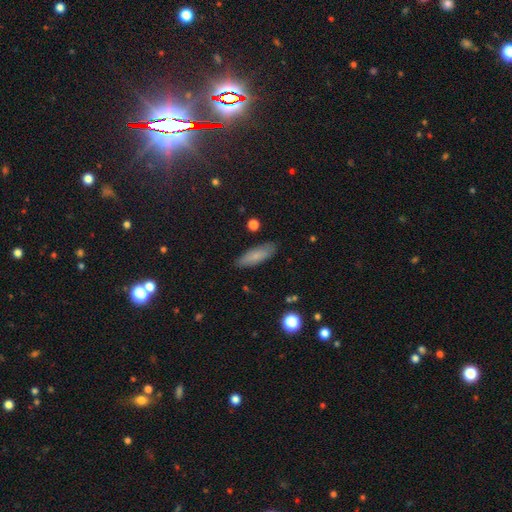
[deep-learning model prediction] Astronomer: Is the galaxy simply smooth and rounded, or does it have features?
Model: smooth — 77%.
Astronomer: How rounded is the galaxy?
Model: in between — 52% (runner-up: cigar-shaped, 46%).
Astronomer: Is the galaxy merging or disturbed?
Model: none — 86%.